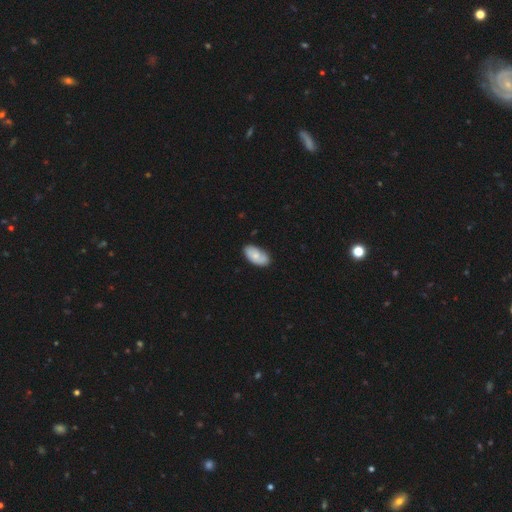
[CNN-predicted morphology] type=smooth (67%); roundness=in between (94%); merging=none (78%).